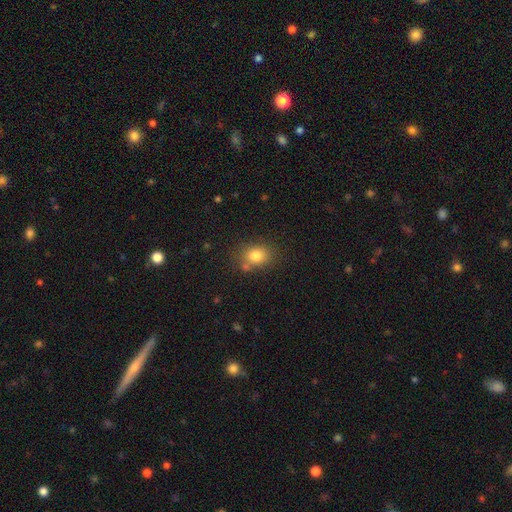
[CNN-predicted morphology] smooth-or-featured: smooth: 80% | star or artifact: 11% | featured or disk: 9%
  how-rounded: in between: 51% | round: 48% | cigar-shaped: 1%
  merging: none: 70% | minor disturbance: 15% | merger: 11% | major disturbance: 4%